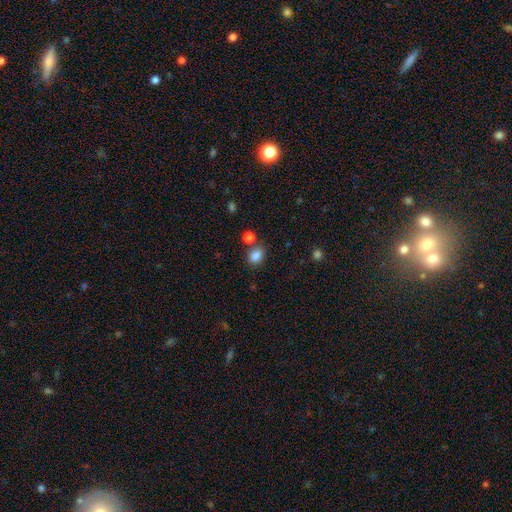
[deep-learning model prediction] This appears to be a smooth galaxy with no disk features (84%) that is in between round and cigar-shaped (61%). Merging: none (67%).